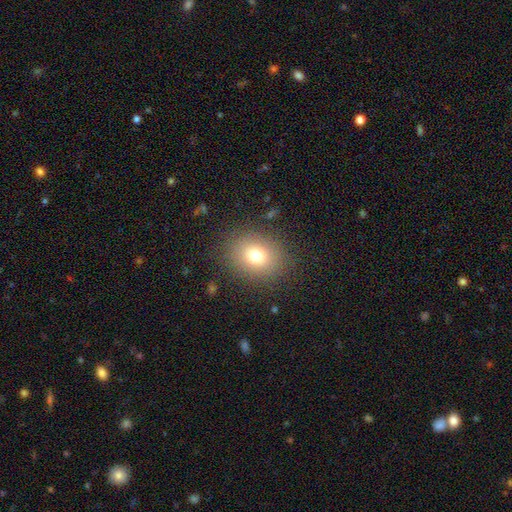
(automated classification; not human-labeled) Morphology: type=smooth (75%); roundness=round (53%); merging=none (85%).